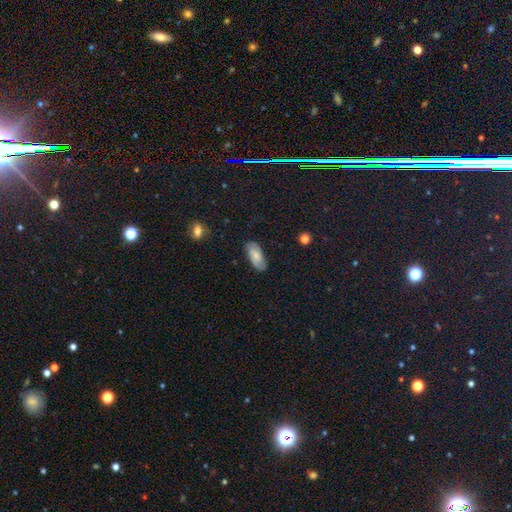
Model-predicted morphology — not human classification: Overall: smooth (49%; featured or disk 43%). Merging: none (79%).